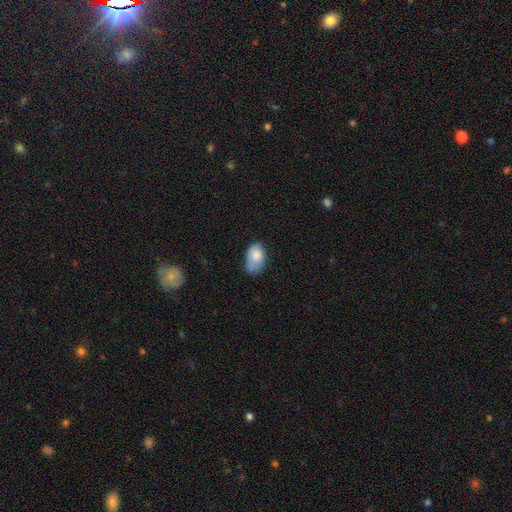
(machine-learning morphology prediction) Smooth or featured? Predicted: smooth (p=0.79). How rounded? Predicted: in between (p=0.89). Merging? Predicted: none (p=0.42).